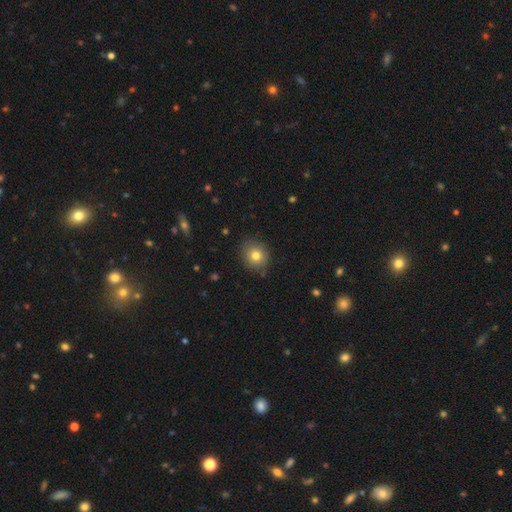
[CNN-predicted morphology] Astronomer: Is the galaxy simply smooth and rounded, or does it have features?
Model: smooth — 78%.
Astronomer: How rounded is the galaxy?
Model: round — 80%.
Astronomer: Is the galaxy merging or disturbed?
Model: none — 84%.